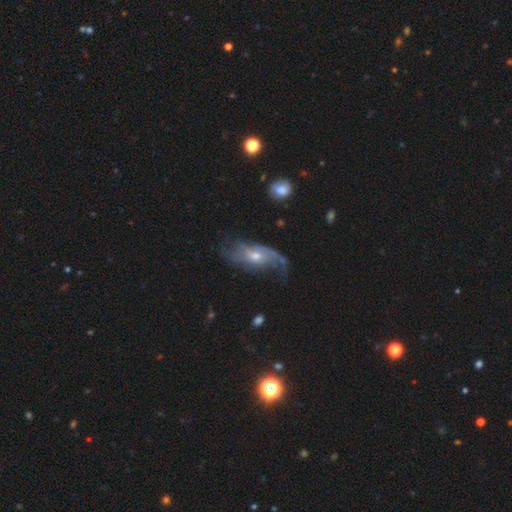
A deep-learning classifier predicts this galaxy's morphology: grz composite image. It shows a featured or disk galaxy (77%) with no bar (63%), 2 (59%) loose (56%) spiral arms (89%) and a moderate central bulge (49%). Merging: none (52%).